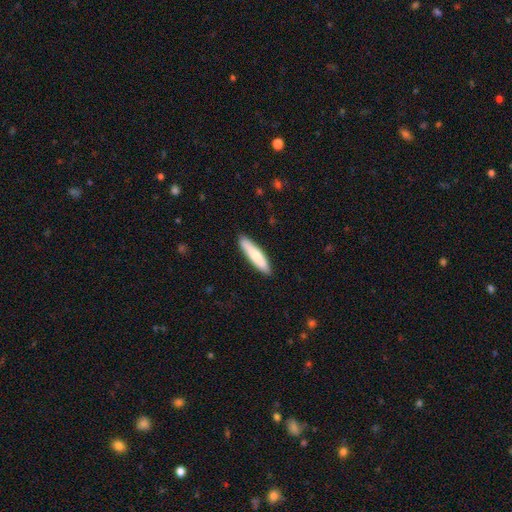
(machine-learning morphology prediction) A smooth galaxy with no disk features (75%) that is cigar-shaped (79%).

Vote fractions:
- Smooth or featured? smooth: 75% / featured or disk: 20% / star or artifact: 5%
- How rounded? cigar-shaped: 79% / in between: 20% / round: 1%
- Merging? none: 88% / minor disturbance: 9% / major disturbance: 2% / merger: 1%